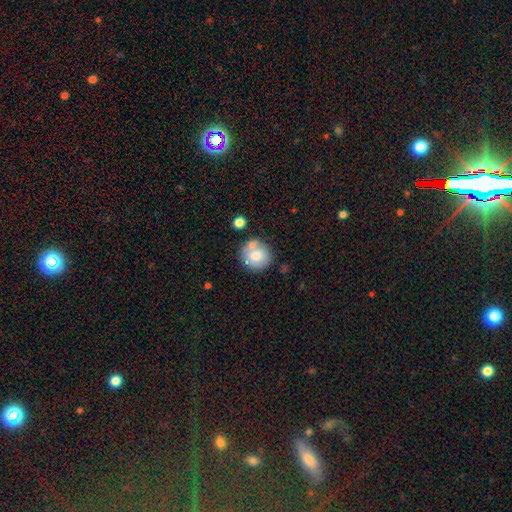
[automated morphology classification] type=smooth (73%); roundness=round (88%); merging=none (63%).